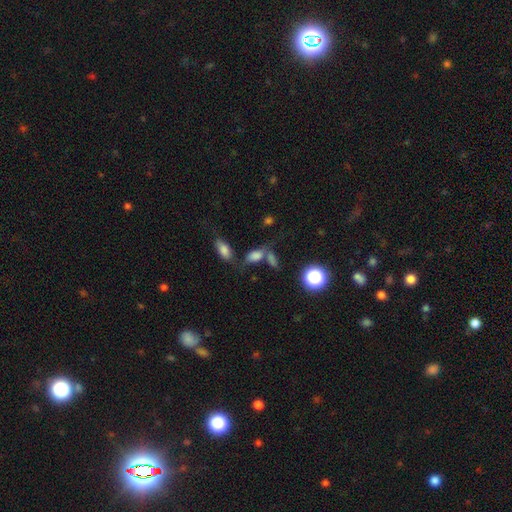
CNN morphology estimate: Smooth or featured? smooth (75%)
How rounded? in between (80%)
Merging? none (44%)